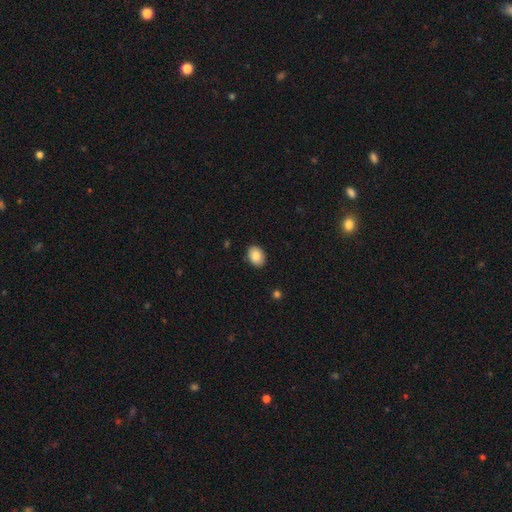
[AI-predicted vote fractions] Overall: smooth (85%). How rounded: in between (66%; round 33%). Merging: none (88%).